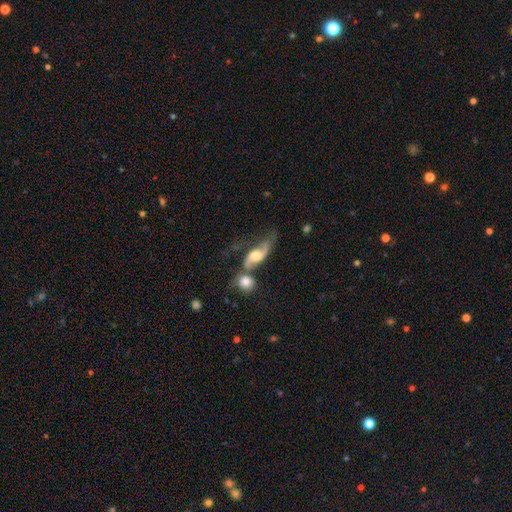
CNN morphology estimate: Smooth or featured? featured or disk (73%)
Edge-on disk? no (89%)
Bar? no (55%)
Spiral arms? yes (91%)
Spiral winding? loose (68%)
Spiral arm count? 2 (87%)
Bulge size? moderate (54%)
Merging? merger (34%, tied with none)